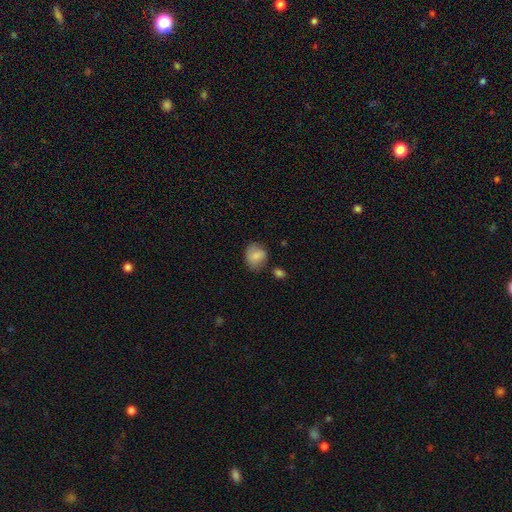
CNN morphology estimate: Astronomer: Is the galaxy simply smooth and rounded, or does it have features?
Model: smooth — 79%.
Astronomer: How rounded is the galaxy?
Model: round — 62% (runner-up: in between, 37%).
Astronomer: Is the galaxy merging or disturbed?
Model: none — 66%.